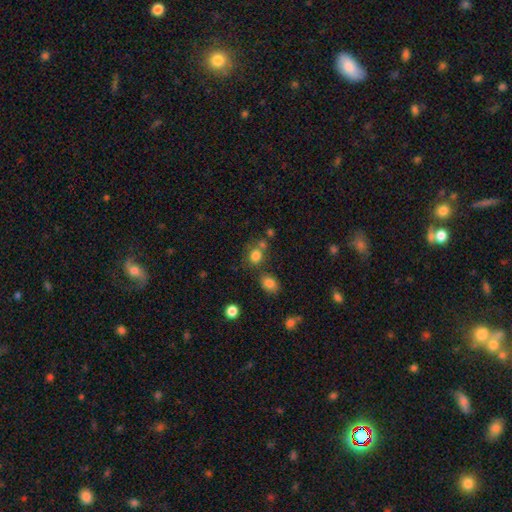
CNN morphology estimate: A smooth galaxy with no disk features (79%) that is round (58%). Merging: none (60%).